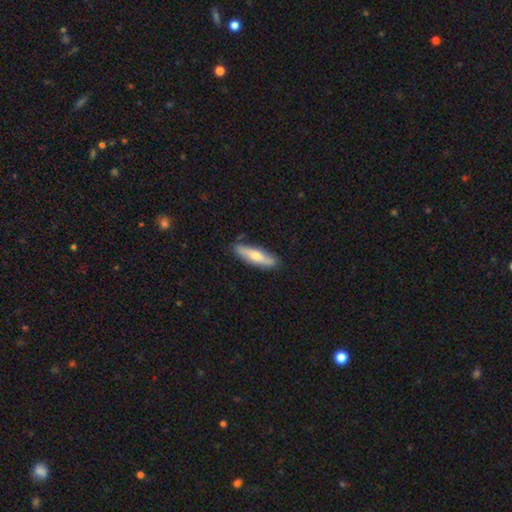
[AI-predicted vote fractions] The model was most divided on "smooth or featured": smooth: 61%, featured or disk: 34%, star or artifact: 5%. More confident: merging — none (81%); how rounded — cigar-shaped (70%).